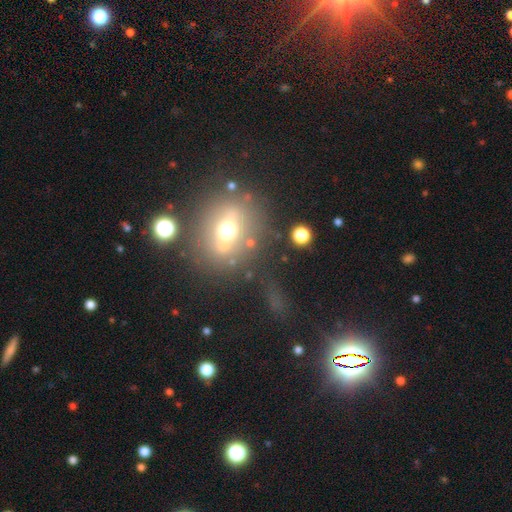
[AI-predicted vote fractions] smooth-or-featured: star or artifact: 36% | featured or disk: 33% | smooth: 31%